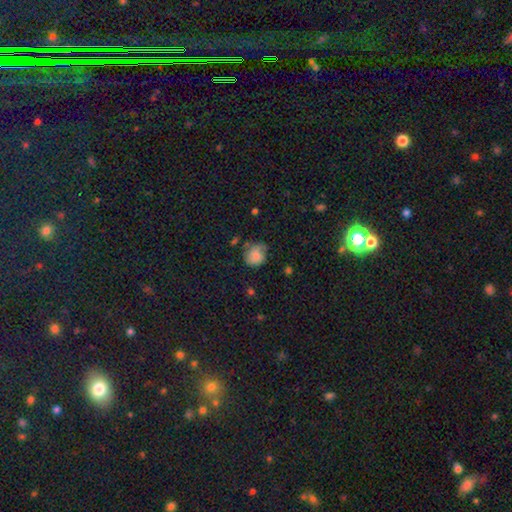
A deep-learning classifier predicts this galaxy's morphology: Overall: smooth (71%). How rounded: round (75%). Merging: none (55%; minor disturbance 31%).